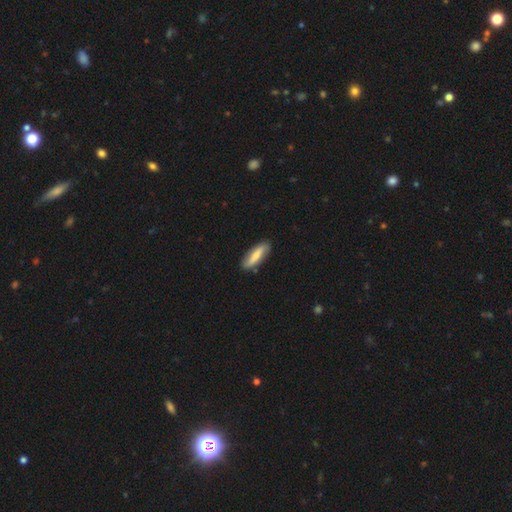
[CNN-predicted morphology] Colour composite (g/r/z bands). It shows a smooth galaxy with no disk features (67%) that is cigar-shaped (56%). Merging: none (83%).